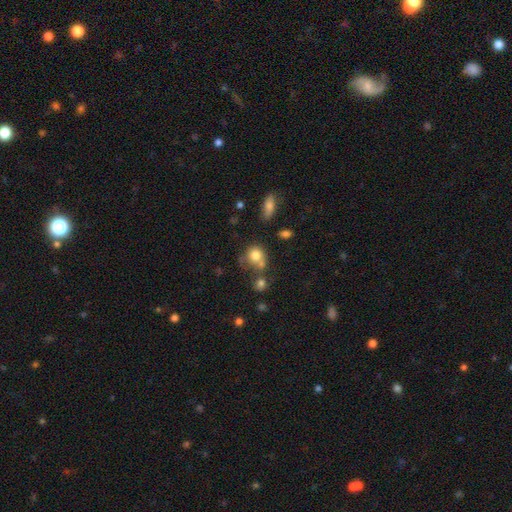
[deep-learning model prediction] Smooth or featured? smooth (78%)
How rounded? round (76%)
Merging? none (46%)